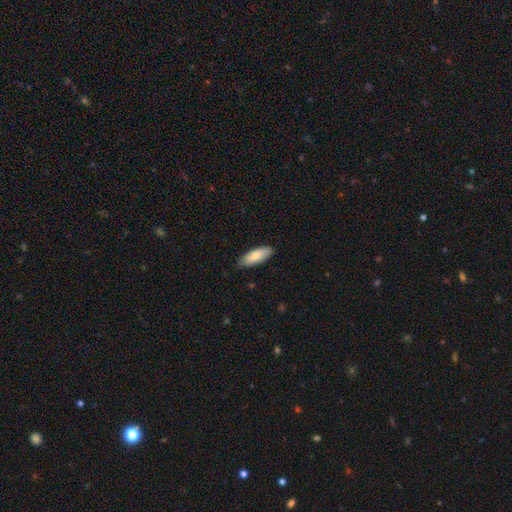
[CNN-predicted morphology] smooth_or_featured: smooth (p=0.81) [alt: featured or disk p=0.14]
how_rounded: in between (p=0.71) [alt: cigar-shaped p=0.28]
merging: none (p=0.83) [alt: minor disturbance p=0.14]